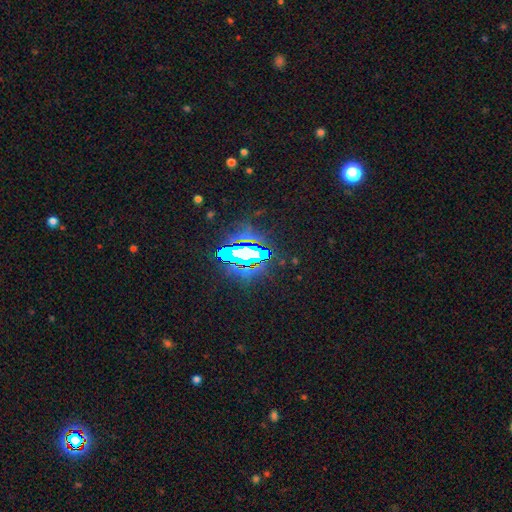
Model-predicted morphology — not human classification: star or artifact 79%, smooth 12%, featured or disk 9%.